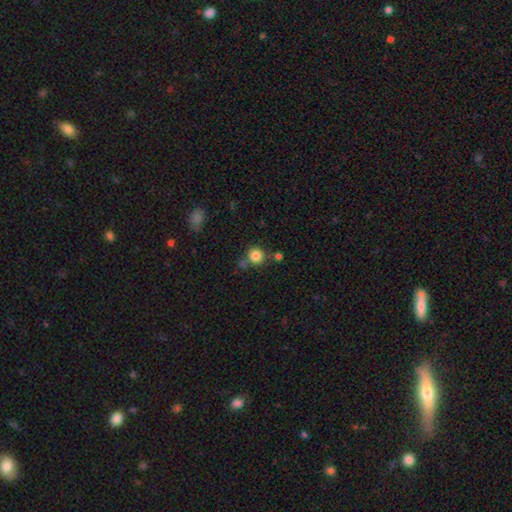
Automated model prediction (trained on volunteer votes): This appears to be a smooth galaxy with no disk features (83%) that is round (92%). Merging: none (74%).